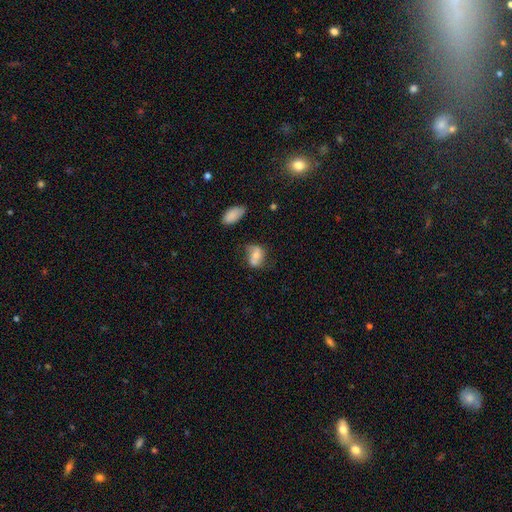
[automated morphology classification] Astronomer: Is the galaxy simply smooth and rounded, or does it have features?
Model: smooth — 58%.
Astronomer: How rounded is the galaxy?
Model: in between — 76%.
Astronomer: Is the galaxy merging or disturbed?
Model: none — 47% (runner-up: minor disturbance, 27%).